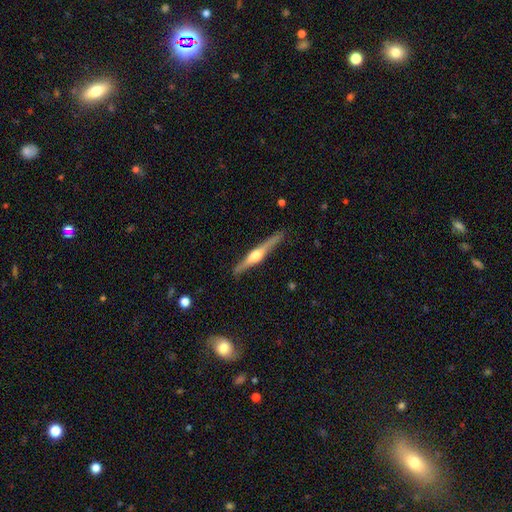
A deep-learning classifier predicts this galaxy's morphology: A featured or disk galaxy (77%) viewed edge-on (98%) with a rounded central bulge (94%). Merging: none (89%).